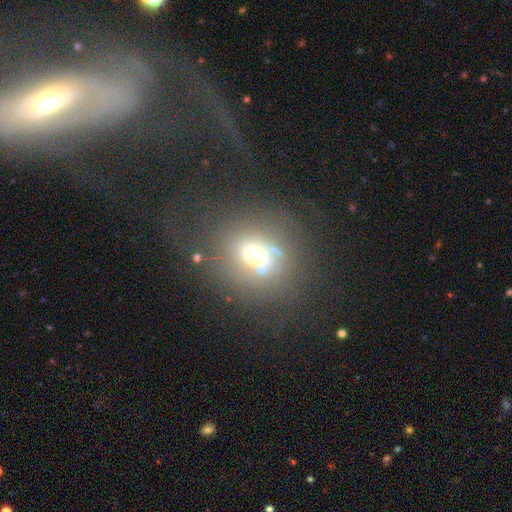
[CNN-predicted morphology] A smooth galaxy with no disk features (52%) that is round (71%).

Vote fractions:
- Smooth or featured? smooth: 52% / featured or disk: 27% / star or artifact: 21%
- How rounded? round: 71% / in between: 27% / cigar-shaped: 2%
- Merging? none: 56% / minor disturbance: 17% / merger: 14% / major disturbance: 13%